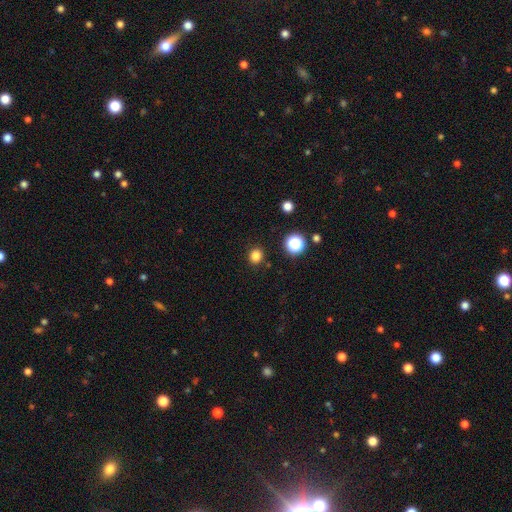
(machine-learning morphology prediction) Smooth or featured? smooth (82%)
How rounded? round (80%)
Merging? none (89%)